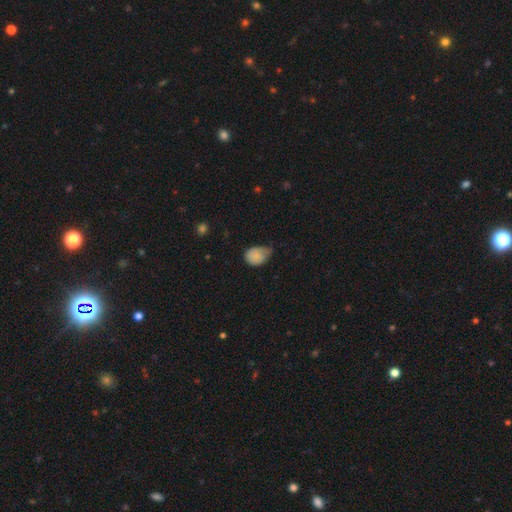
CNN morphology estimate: smooth 79%, featured or disk 13%, star or artifact 8%. Down the decision tree: how rounded — in between (66%); merging — minor disturbance (52%).